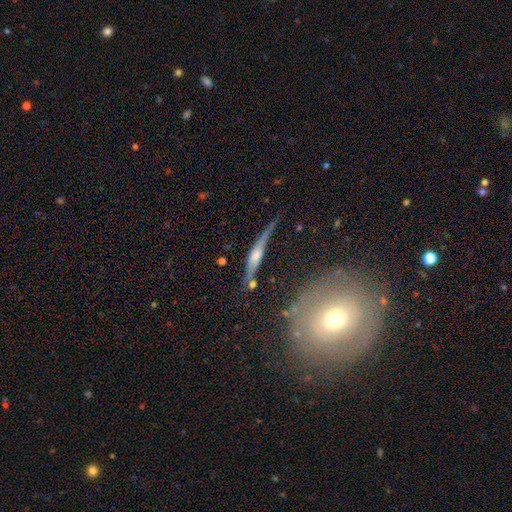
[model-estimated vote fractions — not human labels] Morphology: type=featured or disk (66%); edge-on=yes (88%); edge-on bulge=rounded (67%); merging=none (59%).